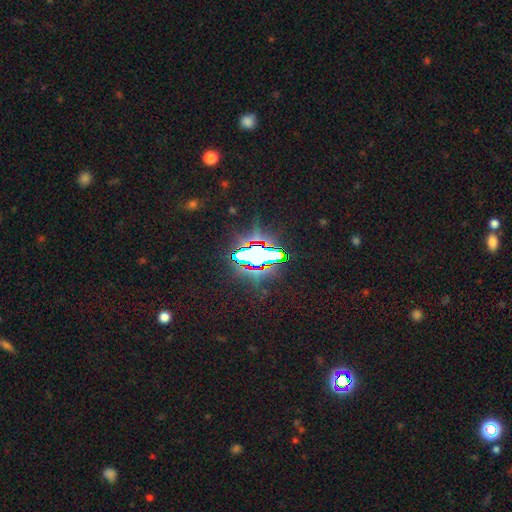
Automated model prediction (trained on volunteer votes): This appears to be a star or artifact, not a galaxy (73%).